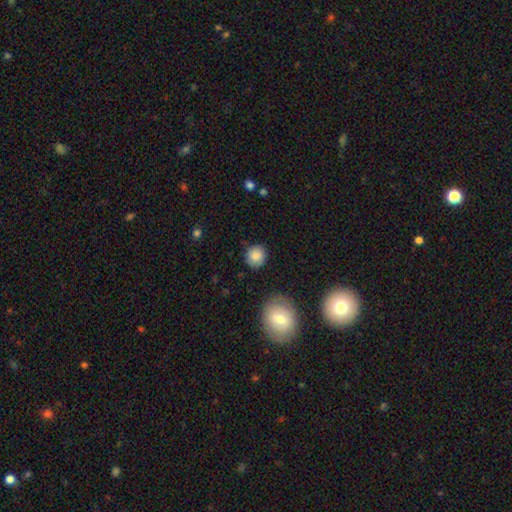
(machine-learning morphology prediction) Smooth or featured?
  - smooth: 85% *
  - star or artifact: 8%
  - featured or disk: 7%
How rounded?
  - round: 88% *
  - in between: 11%
  - cigar-shaped: 1%
Merging?
  - none: 85% *
  - minor disturbance: 11%
  - major disturbance: 3%
  - merger: 2%